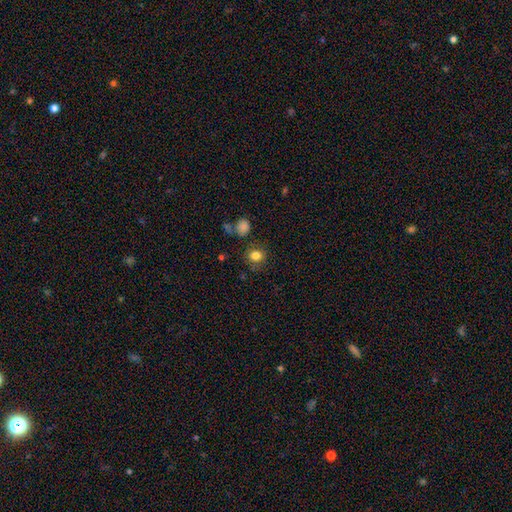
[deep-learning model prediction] This is clearly a smooth galaxy (83%). How rounded: likely round (75%). Merging: clearly none (80%).